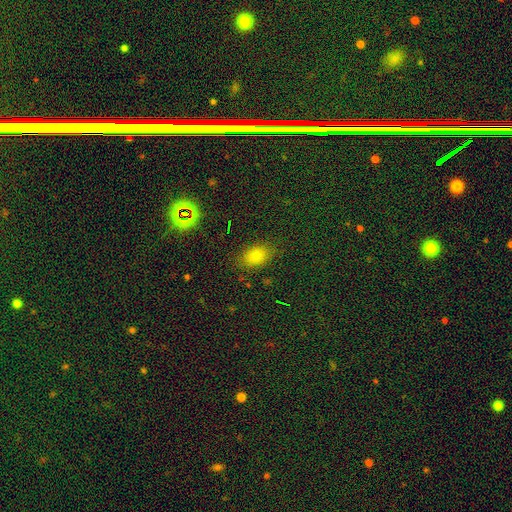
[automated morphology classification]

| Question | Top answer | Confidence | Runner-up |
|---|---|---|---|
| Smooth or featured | smooth | 70% | star or artifact (23%) |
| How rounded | in between | 84% | round (13%) |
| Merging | none | 83% | minor disturbance (12%) |